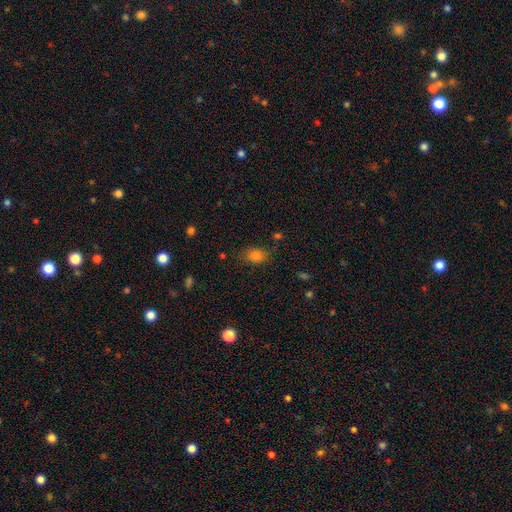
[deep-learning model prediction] This is clearly a smooth galaxy (81%). How rounded: likely in between (73%). Merging: likely none (77%).